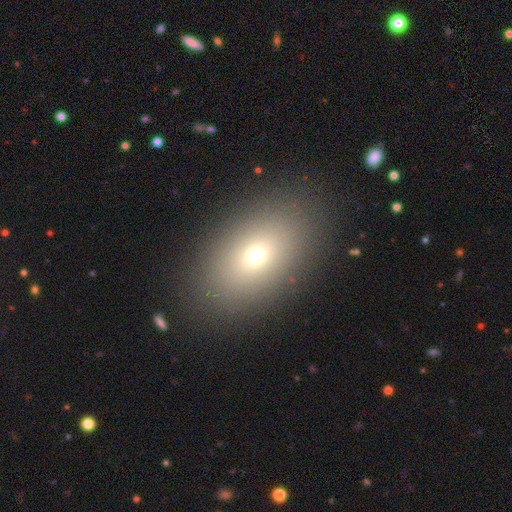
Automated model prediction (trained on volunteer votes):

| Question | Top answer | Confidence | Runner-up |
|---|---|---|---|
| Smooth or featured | smooth | 66% | featured or disk (18%) |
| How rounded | in between | 81% | round (16%) |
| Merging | none | 87% | minor disturbance (8%) |